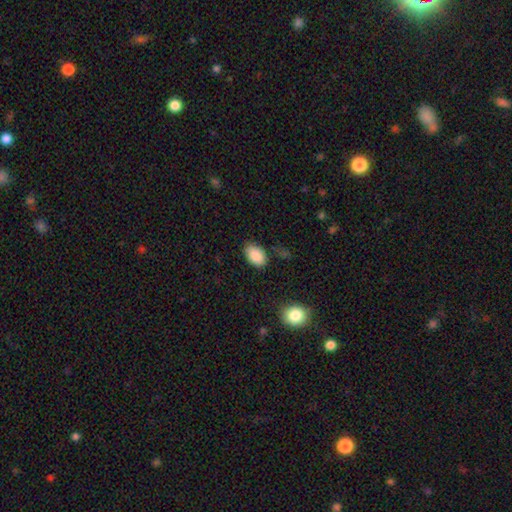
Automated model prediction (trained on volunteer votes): Morphology: type=smooth (88%); roundness=in between (90%); merging=none (79%).